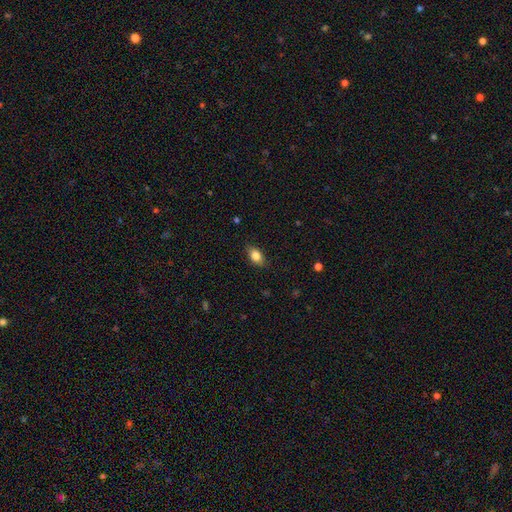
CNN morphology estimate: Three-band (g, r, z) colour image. It shows a smooth galaxy with no disk features (83%) that is in between round and cigar-shaped (86%). Merging: none (83%).